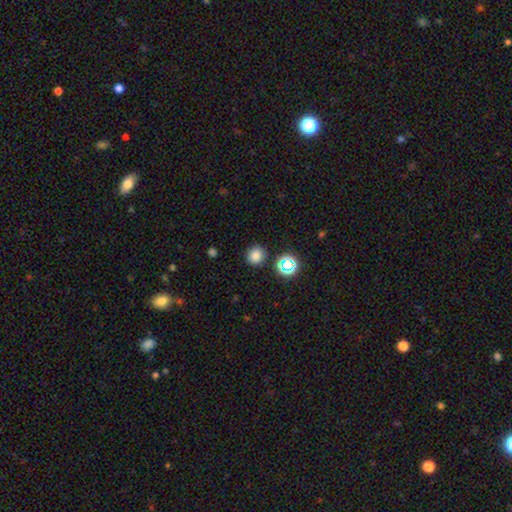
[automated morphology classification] Overall: smooth (78%). How rounded: round (88%). Merging: none (86%).